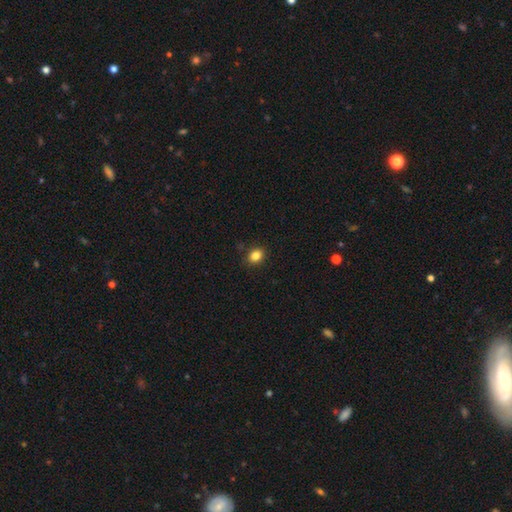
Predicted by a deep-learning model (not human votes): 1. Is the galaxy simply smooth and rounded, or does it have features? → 84% smooth, 12% star or artifact, 5% featured or disk.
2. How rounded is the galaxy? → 62% round, 37% in between, 1% cigar-shaped.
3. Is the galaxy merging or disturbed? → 88% none, 9% minor disturbance, 2% major disturbance, 1% merger.